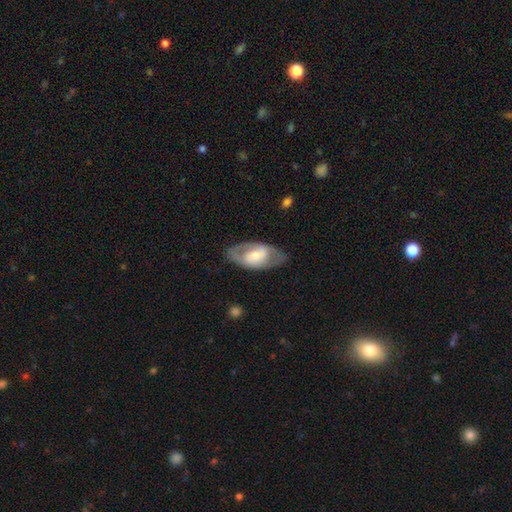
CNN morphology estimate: smooth-or-featured: featured or disk: 56% | smooth: 38% | star or artifact: 5%
  disk-edge-on: no: 89% | yes: 11%
  merging: none: 74% | minor disturbance: 16% | major disturbance: 9% | merger: 1%